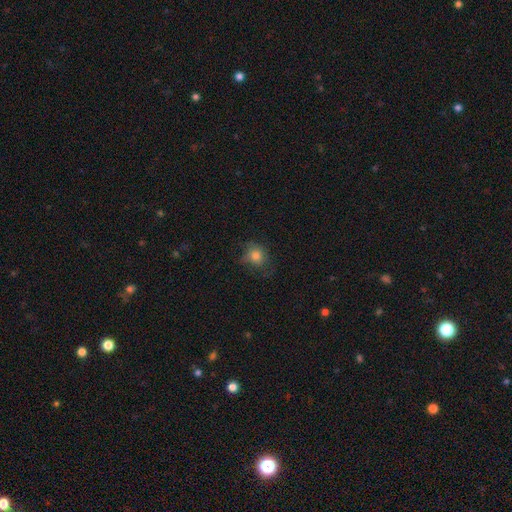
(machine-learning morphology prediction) smooth 76%, featured or disk 13%, star or artifact 12%. Down the decision tree: how rounded — round (75%); merging — none (59%).